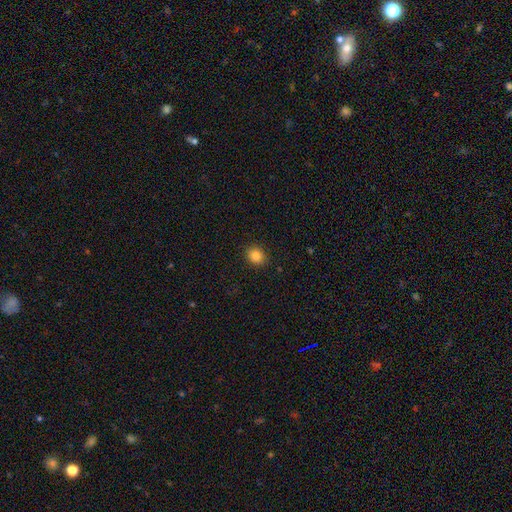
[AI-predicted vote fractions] A smooth galaxy with no disk features (85%) that is round (64%). Merging: none (90%).